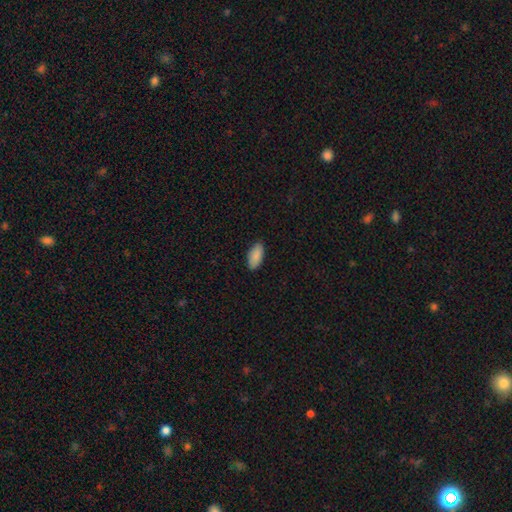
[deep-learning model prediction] Smooth or featured? smooth (90%)
How rounded? in between (91%)
Merging? none (88%)